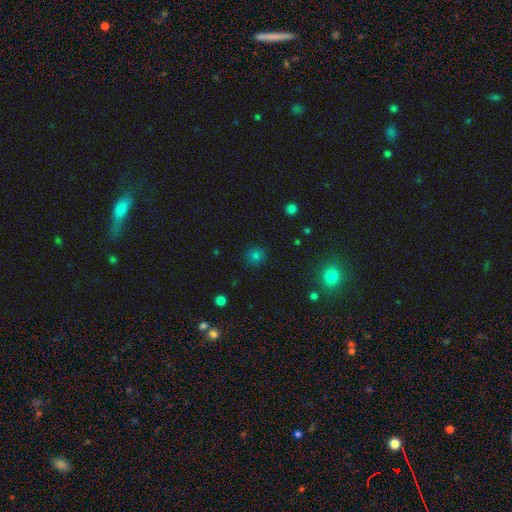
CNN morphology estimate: This appears to be a smooth galaxy with no disk features (77%) that is round (91%). Merging: none (88%).